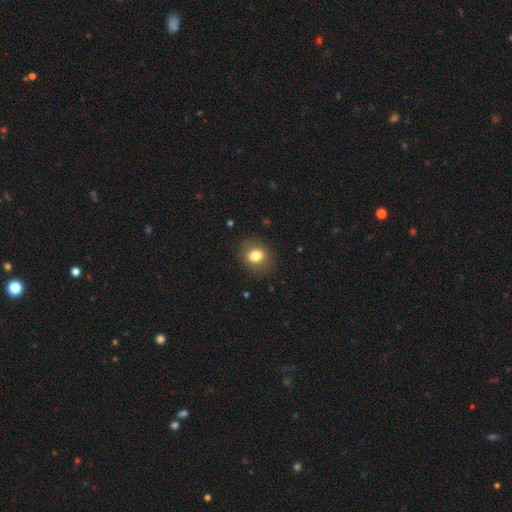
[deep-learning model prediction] The model was most divided on "how rounded": round: 60%, in between: 39%, cigar-shaped: 1%. More confident: merging — none (85%); smooth or featured — smooth (79%).